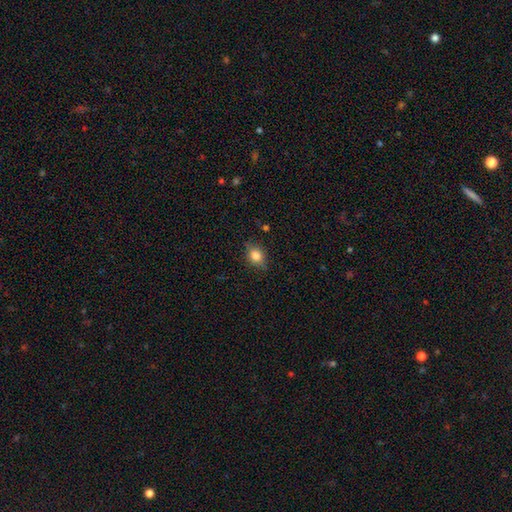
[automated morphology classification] Q: Smooth or featured?
A: smooth (82%); runner-up: star or artifact (9%)
Q: How rounded?
A: in between (61%); runner-up: round (37%)
Q: Merging?
A: none (79%); runner-up: minor disturbance (16%)